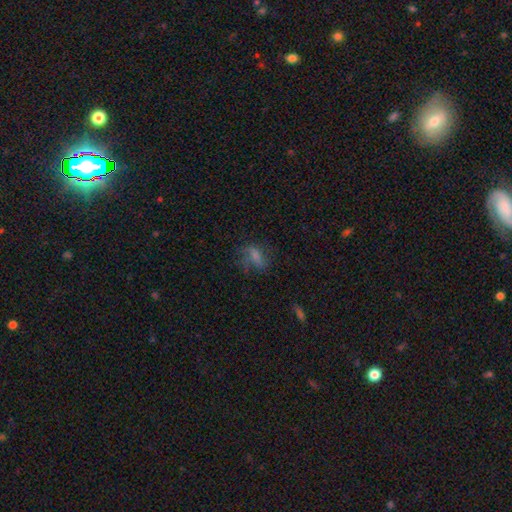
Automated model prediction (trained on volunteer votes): smooth 45%, featured or disk 36%, star or artifact 19%. Down the decision tree: merging — none (57%).